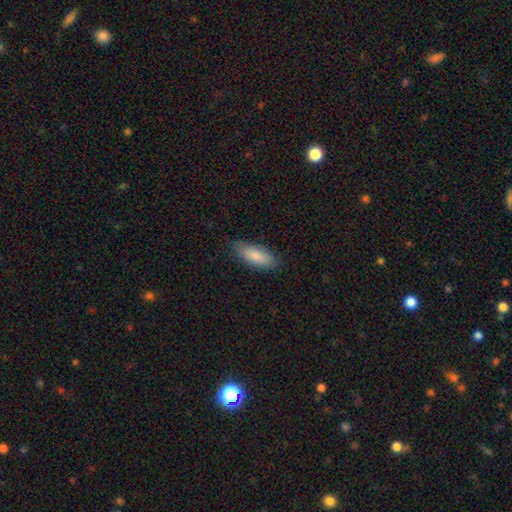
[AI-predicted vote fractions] Smooth or featured?
  - smooth: 85% *
  - featured or disk: 10%
  - star or artifact: 6%
How rounded?
  - in between: 73% *
  - cigar-shaped: 25%
  - round: 2%
Merging?
  - none: 81% *
  - minor disturbance: 15%
  - major disturbance: 3%
  - merger: 1%